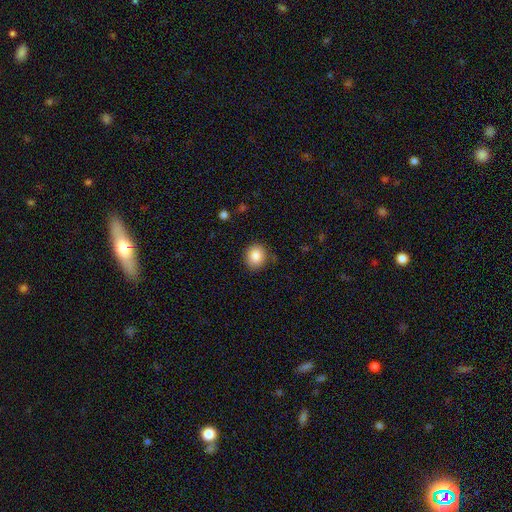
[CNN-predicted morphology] smooth 86%, star or artifact 9%, featured or disk 5%. Down the decision tree: how rounded — round (75%); merging — none (85%).